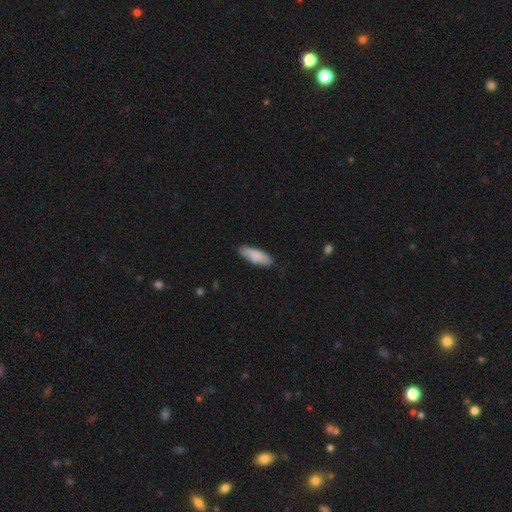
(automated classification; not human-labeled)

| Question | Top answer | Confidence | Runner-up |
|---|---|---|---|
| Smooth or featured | smooth | 84% | featured or disk (10%) |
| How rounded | in between | 57% | cigar-shaped (42%) |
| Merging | none | 79% | minor disturbance (17%) |